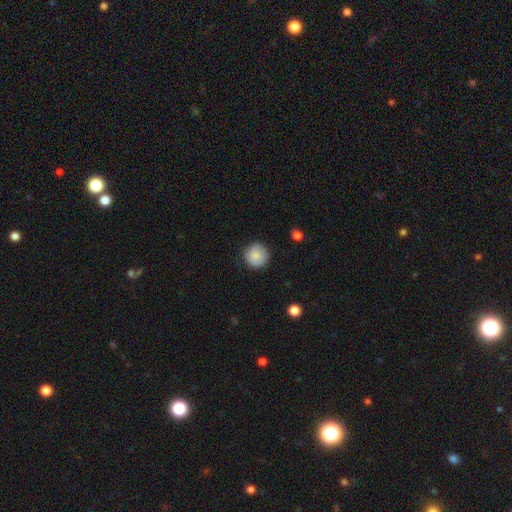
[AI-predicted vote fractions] Smooth or featured? smooth (86%)
How rounded? round (95%)
Merging? none (88%)